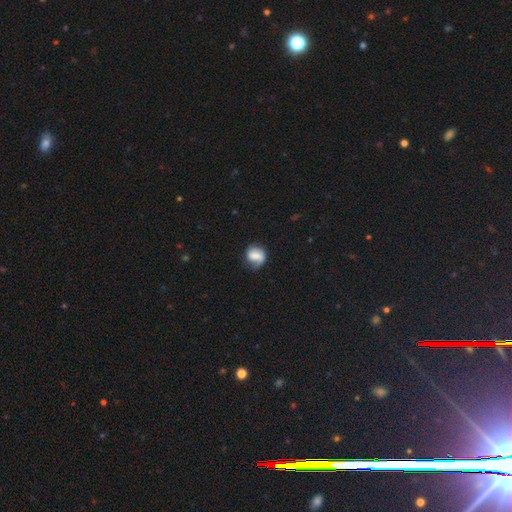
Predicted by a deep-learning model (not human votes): Q: Smooth or featured?
A: smooth (54%); runner-up: featured or disk (38%)
Q: How rounded?
A: round (71%); runner-up: in between (28%)
Q: Merging?
A: none (56%); runner-up: minor disturbance (28%)